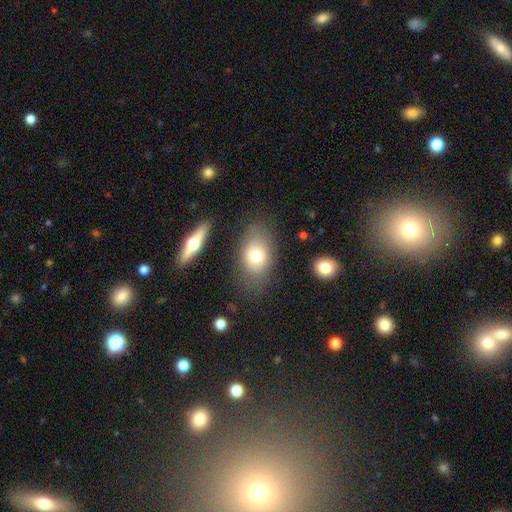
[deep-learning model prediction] This is likely a smooth galaxy (70%). How rounded: likely in between (79%). Merging: likely none (71%).